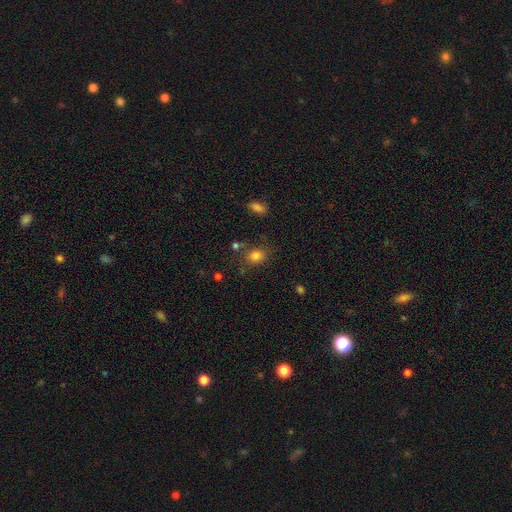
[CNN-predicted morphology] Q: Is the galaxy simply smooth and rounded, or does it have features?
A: smooth — 80%.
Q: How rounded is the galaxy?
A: in between — 50%.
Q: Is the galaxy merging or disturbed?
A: none — 71%.